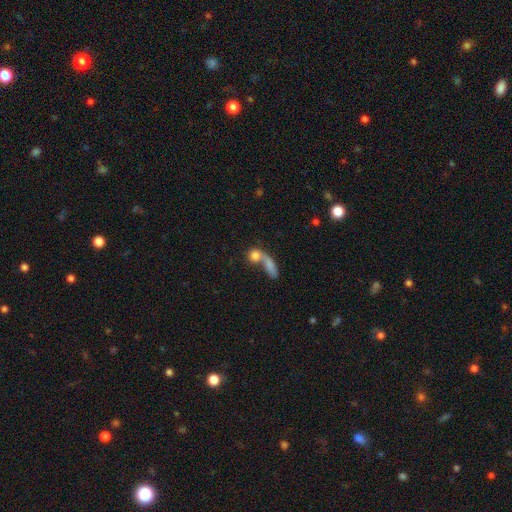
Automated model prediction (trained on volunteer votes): Morphology: type=smooth (73%); roundness=round (54%); merging=merger (59%).